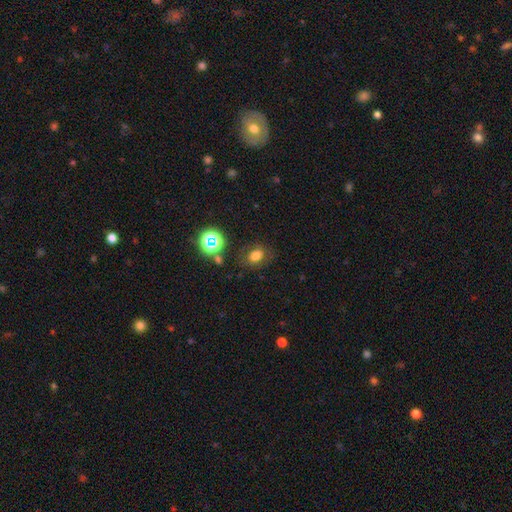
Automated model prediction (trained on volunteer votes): smooth 72%, star or artifact 18%, featured or disk 11%. Down the decision tree: how rounded — in between (63%); merging — none (77%).